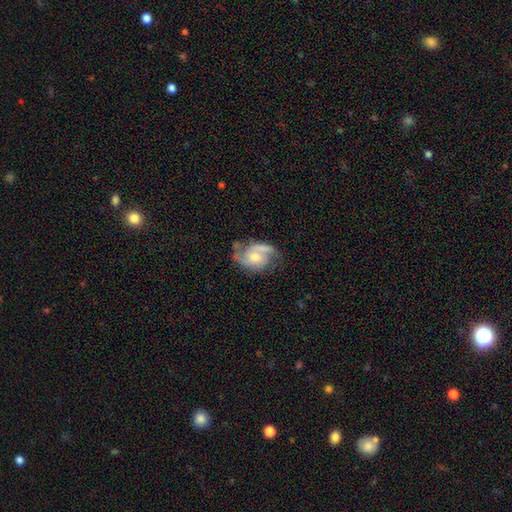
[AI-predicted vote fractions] This appears to be a featured or disk galaxy (82%) with no bar (61%), 2 (76%) medium (51%) spiral arms (94%) and a moderate central bulge (53%). Merging: none (57%).